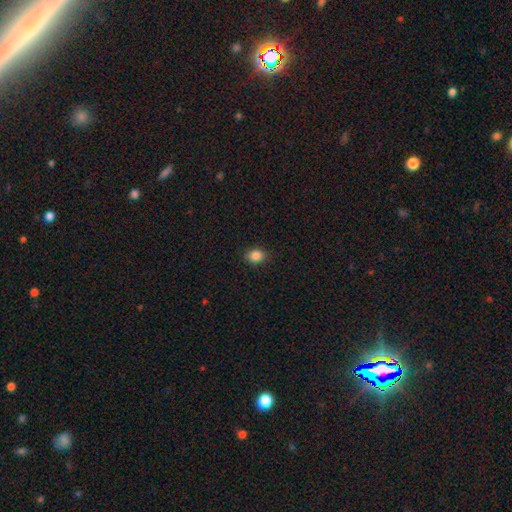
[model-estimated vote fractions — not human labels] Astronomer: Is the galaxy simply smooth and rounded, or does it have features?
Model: smooth — 86%.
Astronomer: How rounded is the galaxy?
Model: round — 51% (runner-up: in between, 48%).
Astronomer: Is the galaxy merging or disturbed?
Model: none — 88%.